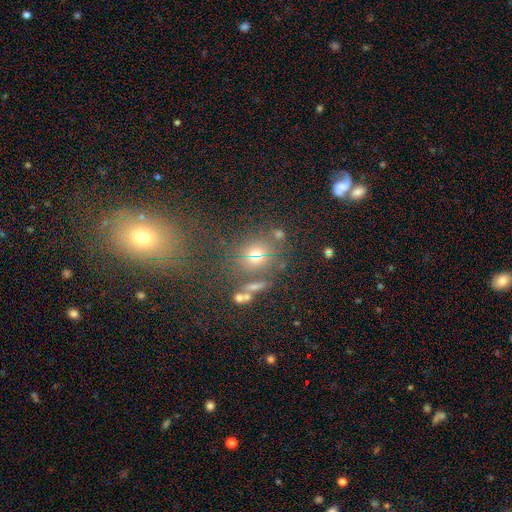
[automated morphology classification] This appears to be a smooth galaxy with no disk features (54%) that is round (65%). Merging: none (63%).